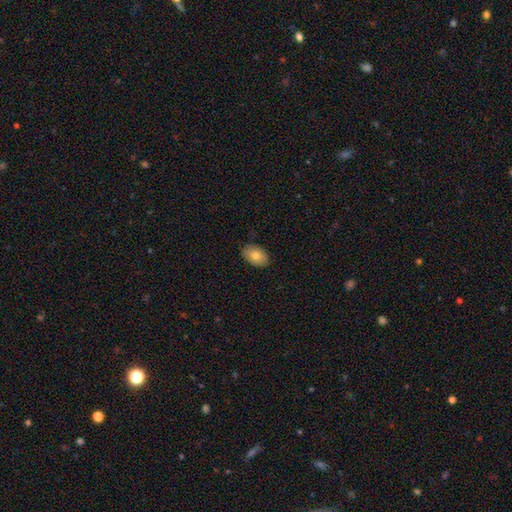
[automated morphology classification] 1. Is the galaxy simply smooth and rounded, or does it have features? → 80% smooth, 13% featured or disk, 7% star or artifact.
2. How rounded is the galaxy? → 90% in between, 9% round, 1% cigar-shaped.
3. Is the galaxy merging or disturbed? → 86% none, 11% minor disturbance, 2% major disturbance, 1% merger.